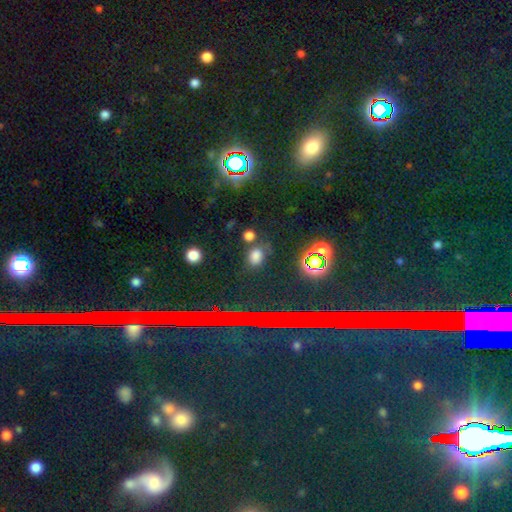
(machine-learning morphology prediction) type=smooth (69%); roundness=in between (62%); merging=none (72%).